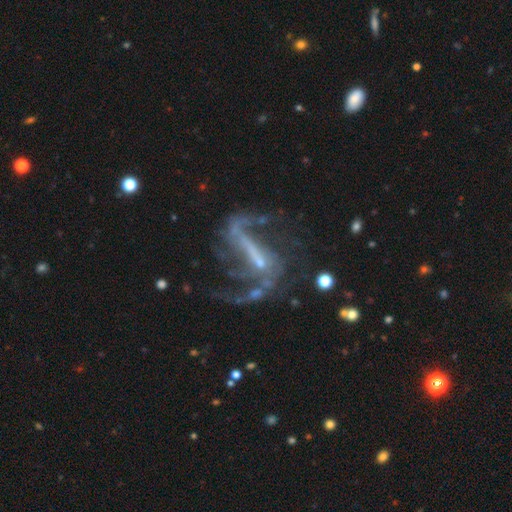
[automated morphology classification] smooth_or_featured: featured or disk (p=0.85) [alt: star or artifact p=0.09]
disk_edge_on: no (p=0.94) [alt: yes p=0.06]
bar: strong (p=0.59) [alt: weak p=0.28]
has_spiral_arms: yes (p=0.89) [alt: no p=0.11]
spiral_winding: loose (p=0.68) [alt: medium p=0.25]
spiral_arm_count: 2 (p=0.75) [alt: can't tell p=0.08]
bulge_size: small (p=0.50) [alt: none p=0.35]
merging: none (p=0.47) [alt: major disturbance p=0.31]